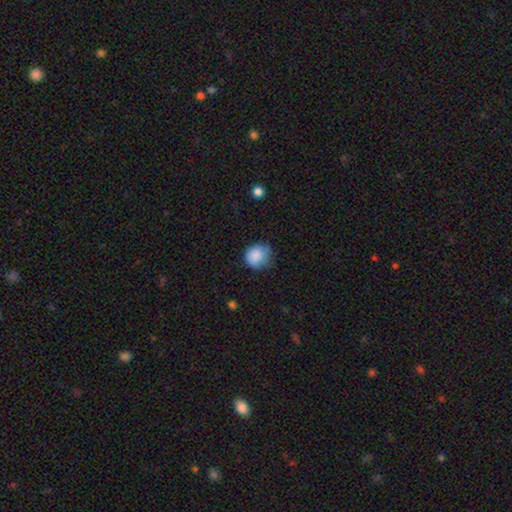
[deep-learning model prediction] The model was most divided on "merging": none: 60%, minor disturbance: 30%, major disturbance: 8%, merger: 2%. More confident: smooth or featured — smooth (86%); how rounded — round (79%).